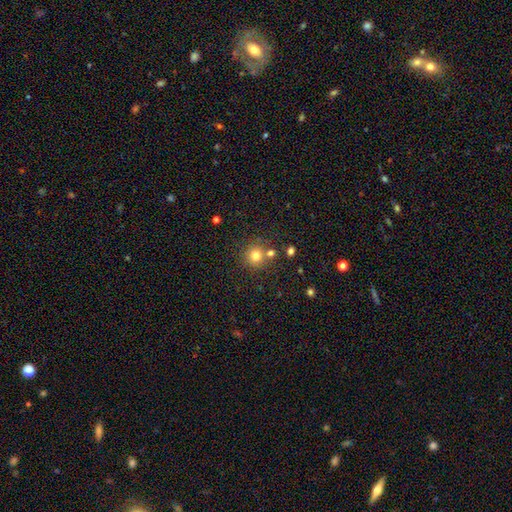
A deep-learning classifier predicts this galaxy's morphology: A smooth galaxy with no disk features (76%) that is round (92%).

Vote fractions:
- Smooth or featured? smooth: 76% / star or artifact: 15% / featured or disk: 8%
- How rounded? round: 92% / in between: 7% / cigar-shaped: 1%
- Merging? none: 74% / merger: 15% / minor disturbance: 8% / major disturbance: 3%